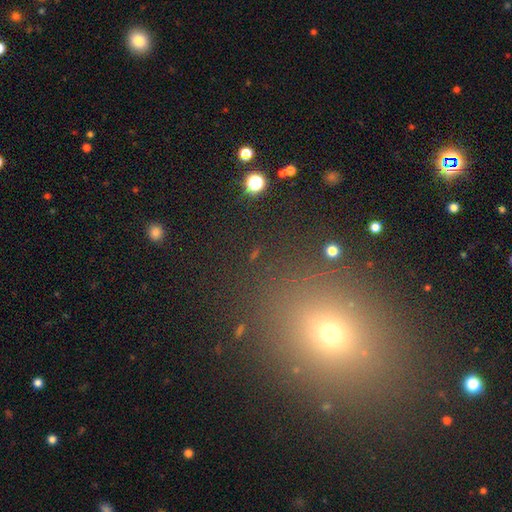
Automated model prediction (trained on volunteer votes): Morphology: type=smooth (46%); merging=none (84%).